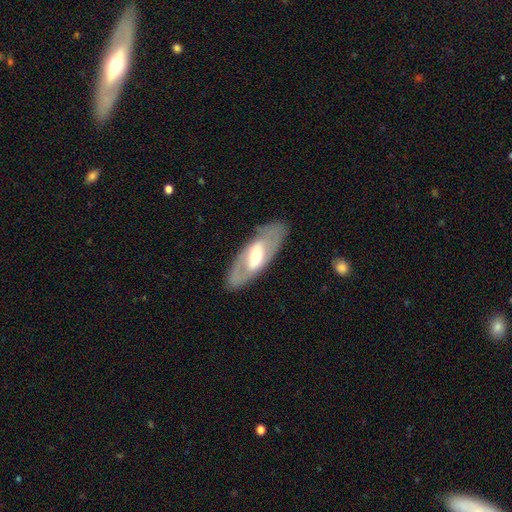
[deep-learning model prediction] The model was most divided on "spiral arms" (2-way tie): no: 50%, yes: 50%. Remaining: edge-on disk — no (83%); merging — none (82%); smooth or featured — featured or disk (68%); bulge size — moderate (61%); bar — strong (41%).